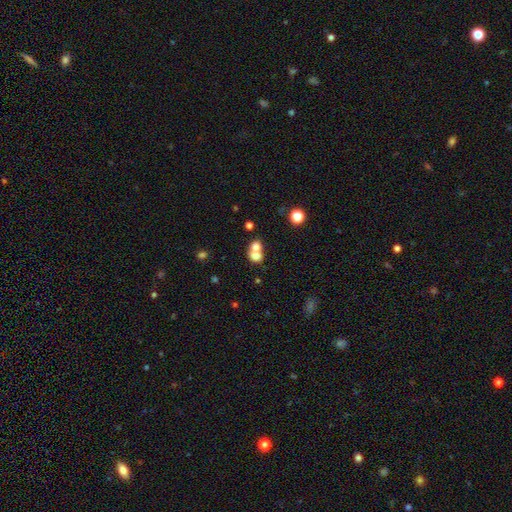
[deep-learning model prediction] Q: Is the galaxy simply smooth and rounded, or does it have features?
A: smooth — 70%.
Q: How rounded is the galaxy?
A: round — 56%.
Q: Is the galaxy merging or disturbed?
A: merger — 68%.